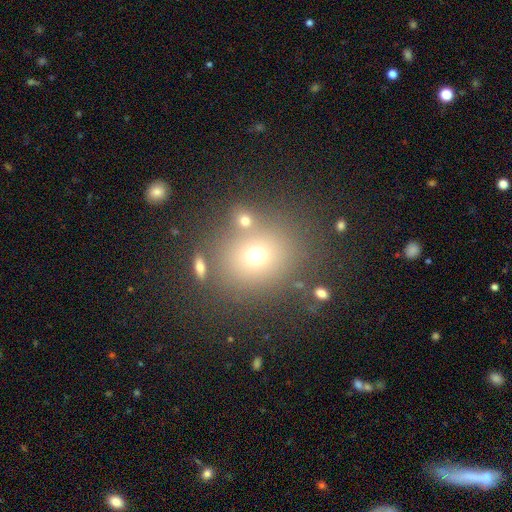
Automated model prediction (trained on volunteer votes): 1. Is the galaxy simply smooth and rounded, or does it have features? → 66% smooth, 21% star or artifact, 13% featured or disk.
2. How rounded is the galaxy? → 76% round, 23% in between, 1% cigar-shaped.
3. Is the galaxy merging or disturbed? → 74% none, 10% minor disturbance, 10% merger, 5% major disturbance.